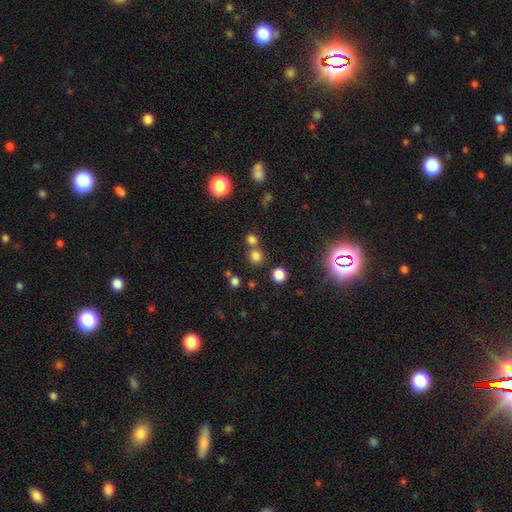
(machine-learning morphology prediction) This is likely a smooth galaxy (74%). How rounded: clearly round (89%). Merging: likely none (66%).